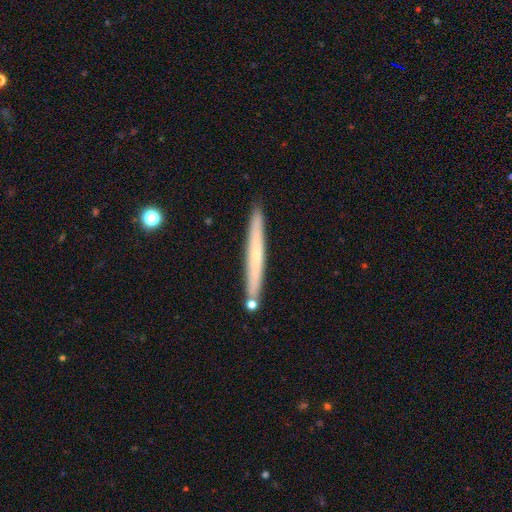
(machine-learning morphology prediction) smooth-or-featured: smooth: 50% | featured or disk: 44% | star or artifact: 6%
  merging: none: 86% | minor disturbance: 8% | merger: 4% | major disturbance: 1%